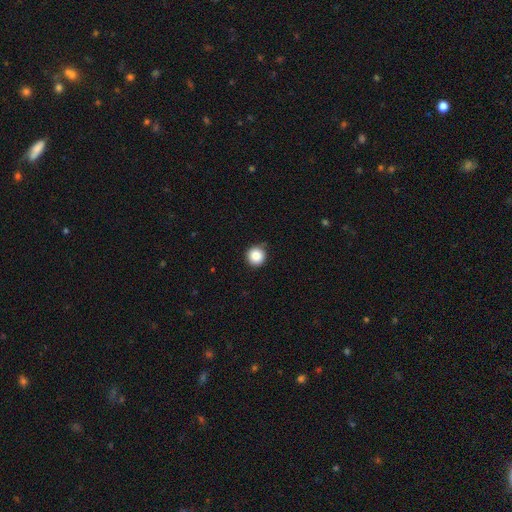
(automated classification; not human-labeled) Smooth or featured?
  - smooth: 86% *
  - star or artifact: 10%
  - featured or disk: 5%
How rounded?
  - round: 95% *
  - in between: 4%
  - cigar-shaped: 1%
Merging?
  - none: 86% *
  - minor disturbance: 10%
  - major disturbance: 2%
  - merger: 1%